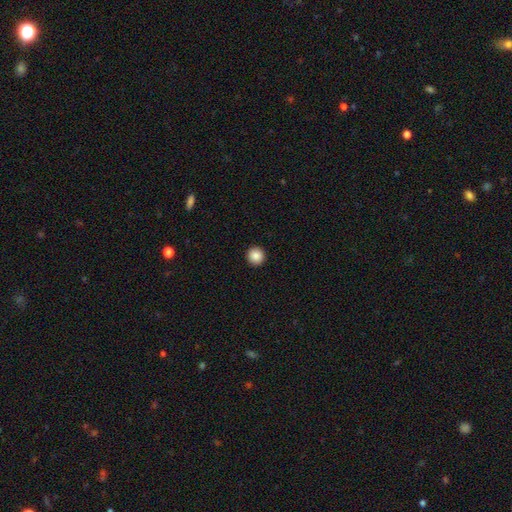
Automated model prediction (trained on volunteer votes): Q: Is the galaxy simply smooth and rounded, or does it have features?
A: smooth — 88%.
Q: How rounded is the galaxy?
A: round — 96%.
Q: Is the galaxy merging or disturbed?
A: none — 94%.